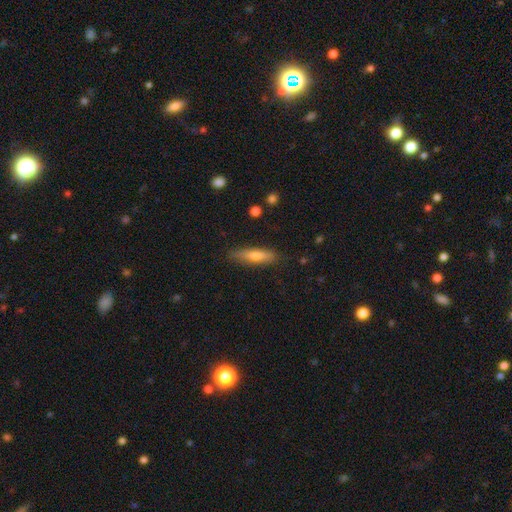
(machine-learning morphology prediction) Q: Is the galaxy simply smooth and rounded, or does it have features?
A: smooth — 57%.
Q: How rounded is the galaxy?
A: cigar-shaped — 78%.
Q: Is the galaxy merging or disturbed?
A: none — 86%.